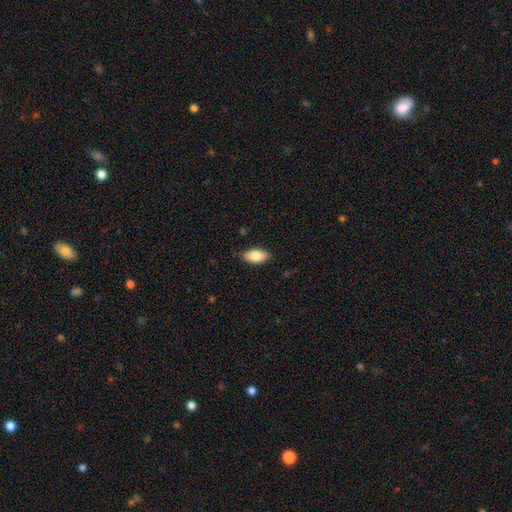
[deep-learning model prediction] This appears to be a smooth galaxy with no disk features (82%) that is in between round and cigar-shaped (90%). Merging: none (88%).